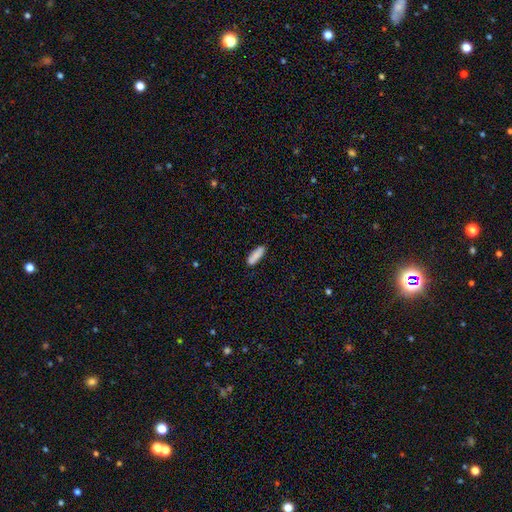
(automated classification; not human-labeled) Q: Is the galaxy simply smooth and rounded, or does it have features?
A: smooth — 88%.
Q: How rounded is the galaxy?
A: in between — 51%.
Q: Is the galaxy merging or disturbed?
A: none — 84%.